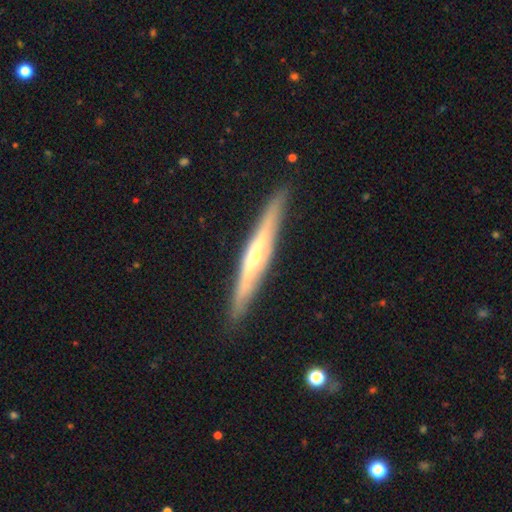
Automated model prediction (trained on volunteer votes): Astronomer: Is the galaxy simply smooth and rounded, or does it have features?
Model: featured or disk — 74%.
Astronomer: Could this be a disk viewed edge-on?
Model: yes — 95%.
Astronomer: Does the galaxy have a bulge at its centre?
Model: rounded — 73%.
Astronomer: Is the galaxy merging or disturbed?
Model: none — 90%.